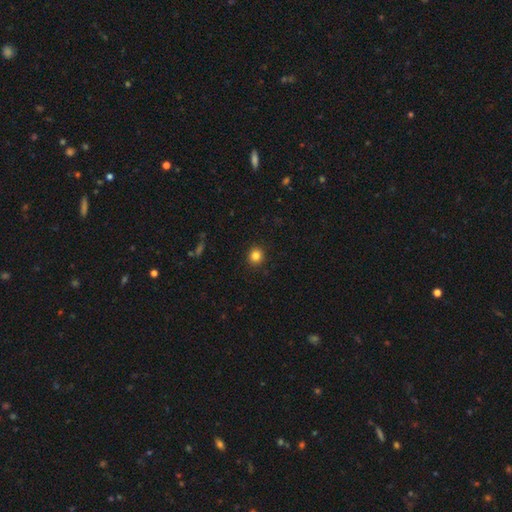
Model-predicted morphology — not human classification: A smooth galaxy with no disk features (84%) that is round (90%).

Vote fractions:
- Smooth or featured? smooth: 84% / star or artifact: 11% / featured or disk: 5%
- How rounded? round: 90% / in between: 9% / cigar-shaped: 1%
- Merging? none: 92% / minor disturbance: 5% / major disturbance: 2% / merger: 1%